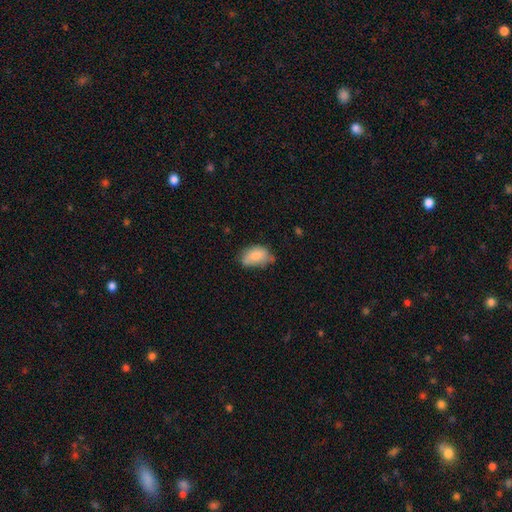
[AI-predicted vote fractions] A smooth galaxy with no disk features (78%) that is in between round and cigar-shaped (89%). Merging: none (48%).